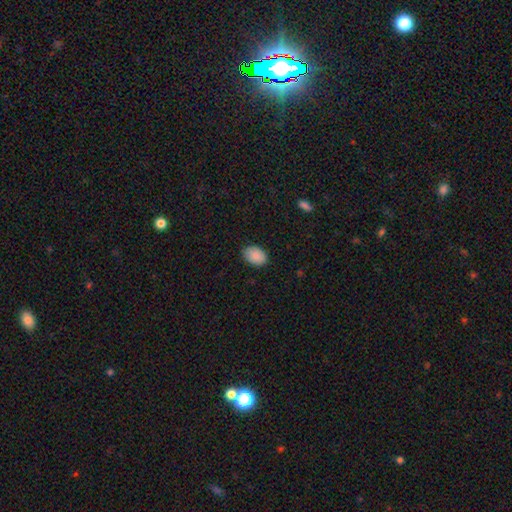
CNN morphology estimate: Smooth or featured? Predicted: smooth (p=0.89). How rounded? Predicted: in between (p=0.84). Merging? Predicted: none (p=0.86).